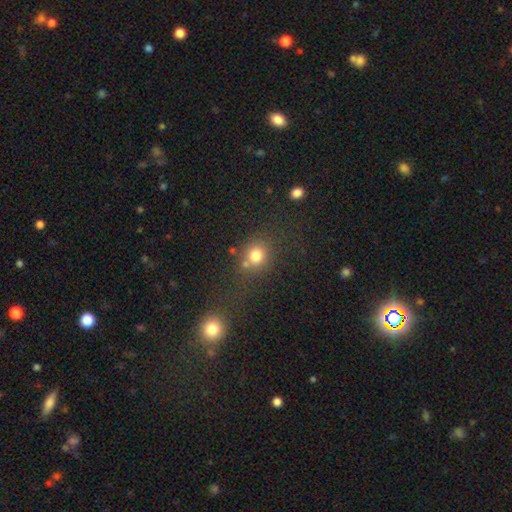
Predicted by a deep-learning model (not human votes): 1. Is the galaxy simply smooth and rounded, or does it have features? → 77% smooth, 15% star or artifact, 8% featured or disk.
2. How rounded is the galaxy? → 78% round, 21% in between, 1% cigar-shaped.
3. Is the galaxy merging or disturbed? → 61% none, 18% merger, 14% minor disturbance, 8% major disturbance.